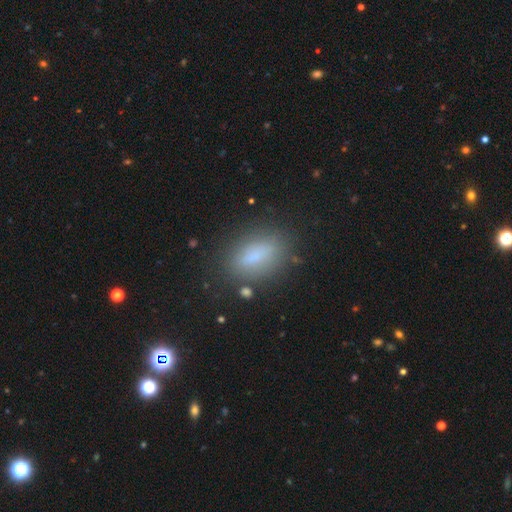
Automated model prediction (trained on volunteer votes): Smooth or featured: smooth — 75% (featured or disk — 13%)
How rounded: in between — 81% (cigar-shaped — 12%)
Merging: none — 80% (minor disturbance — 13%)